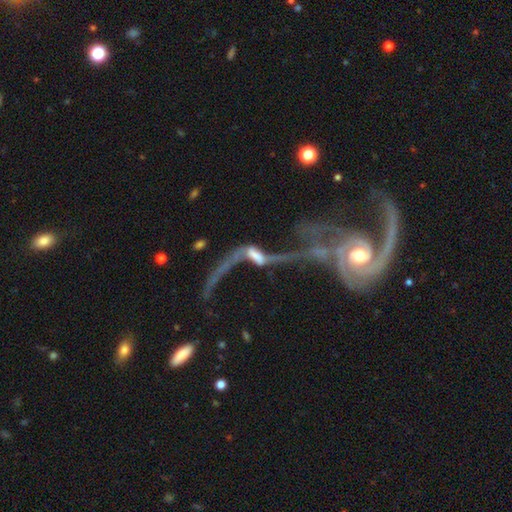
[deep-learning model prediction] The model was most divided on "bar": strong: 39%, no: 34%, weak: 27%. Remaining: edge-on disk — no (73%); smooth or featured — featured or disk (72%); spiral arms — yes (60%); merging — merger (39%); bulge size — none (35%).